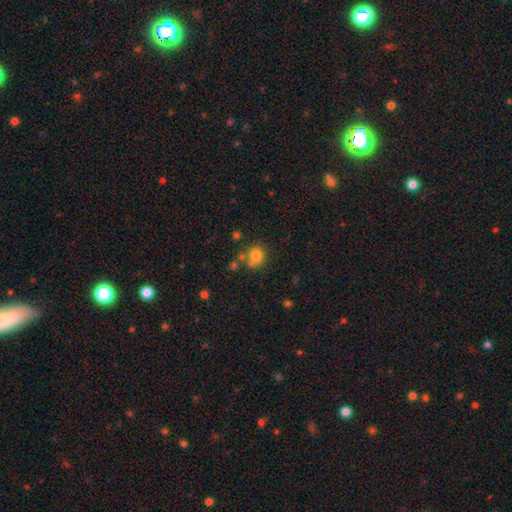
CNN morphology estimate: Smooth or featured: smooth — 79% (star or artifact — 13%)
How rounded: round — 77% (in between — 22%)
Merging: none — 62% (merger — 19%)